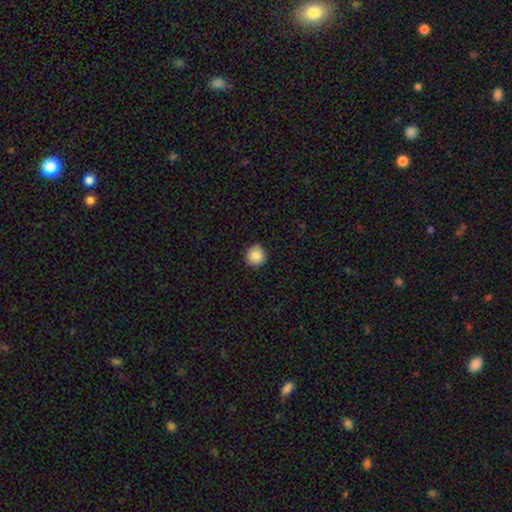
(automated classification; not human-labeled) smooth-or-featured: smooth: 88% | star or artifact: 9% | featured or disk: 4%
  how-rounded: round: 89% | in between: 10% | cigar-shaped: 1%
  merging: none: 86% | minor disturbance: 11% | major disturbance: 2% | merger: 1%